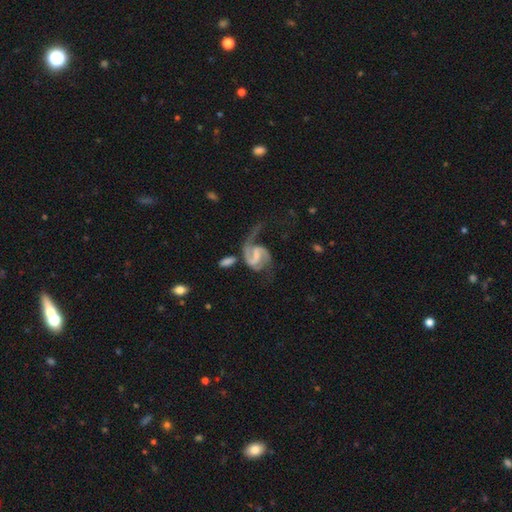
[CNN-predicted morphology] Smooth or featured?
  - featured or disk: 89% *
  - smooth: 6%
  - star or artifact: 5%
Edge-on disk?
  - no: 98% *
  - yes: 2%
Bar?
  - weak: 48% *
  - strong: 35%
  - no: 17%
Spiral arms?
  - yes: 96% *
  - no: 4%
Spiral winding?
  - medium: 47% *
  - loose: 37%
  - tight: 16%
Spiral arm count?
  - 2: 86% *
  - 1: 7%
  - can't tell: 3%
  - 3: 2%
  - 4: 1%
  - more than 4: 1%
Bulge size?
  - none: 43% *
  - small: 34%
  - moderate: 18%
  - large: 4%
  - dominant: 1%
Merging?
  - none: 41% *
  - major disturbance: 33%
  - minor disturbance: 19%
  - merger: 8%